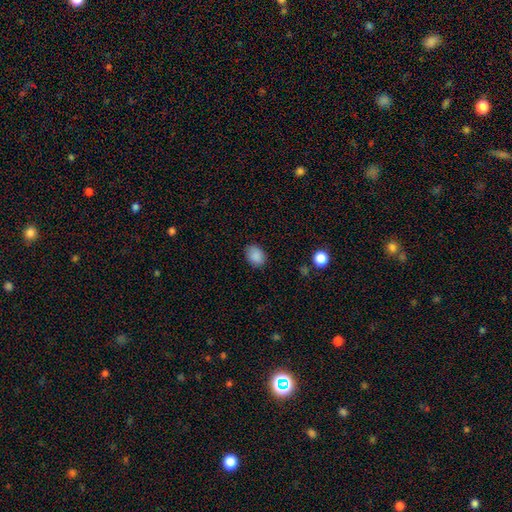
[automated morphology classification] This appears to be a smooth galaxy with no disk features (88%) that is in between round and cigar-shaped (58%). Merging: none (82%).